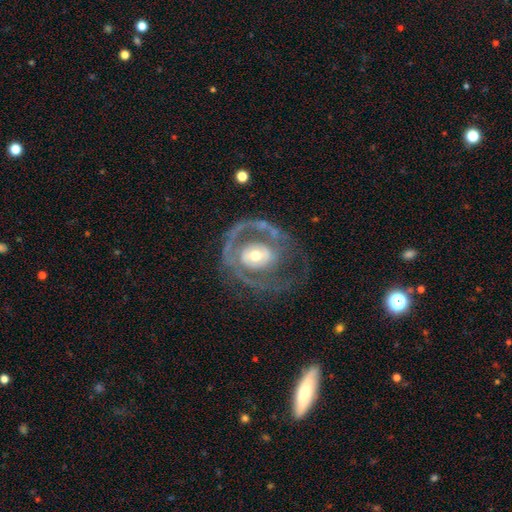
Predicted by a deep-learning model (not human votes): This is likely a featured or disk galaxy (78%). It is clearly not viewed edge-on (96%). Bar: likely no (60%). Spiral arm pattern: likely yes (64%). Central bulge: likely moderate (62%). Merging: possibly none (48%).